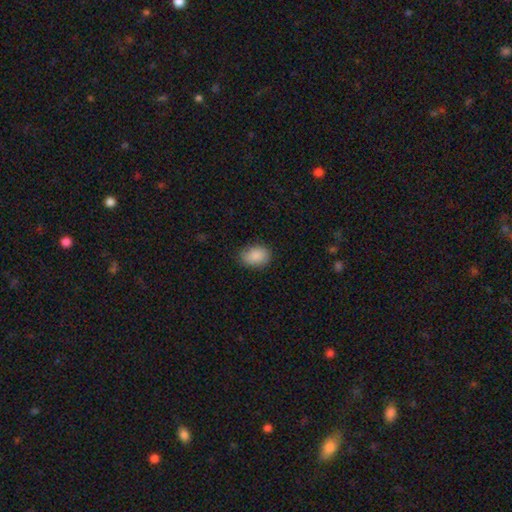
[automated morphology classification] Smooth or featured: smooth — 89% (star or artifact — 7%)
How rounded: in between — 80% (round — 19%)
Merging: none — 82% (minor disturbance — 14%)